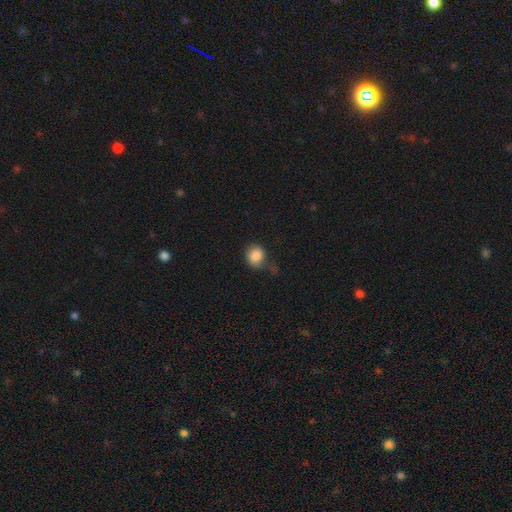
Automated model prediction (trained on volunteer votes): This appears to be a smooth galaxy with no disk features (85%) that is round (71%). Merging: none (51%).